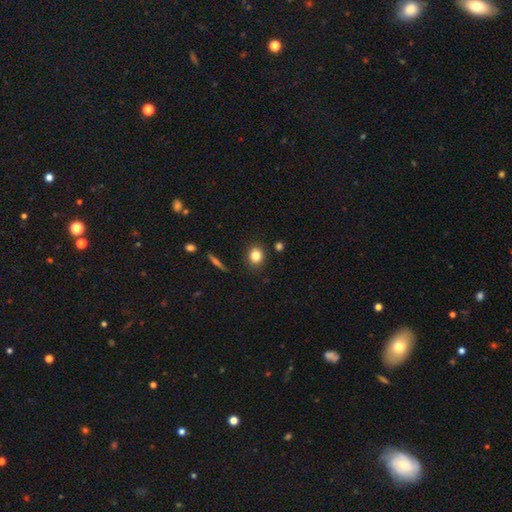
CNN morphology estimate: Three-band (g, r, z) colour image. It shows a smooth galaxy with no disk features (82%) that is round (71%). Merging: none (88%).